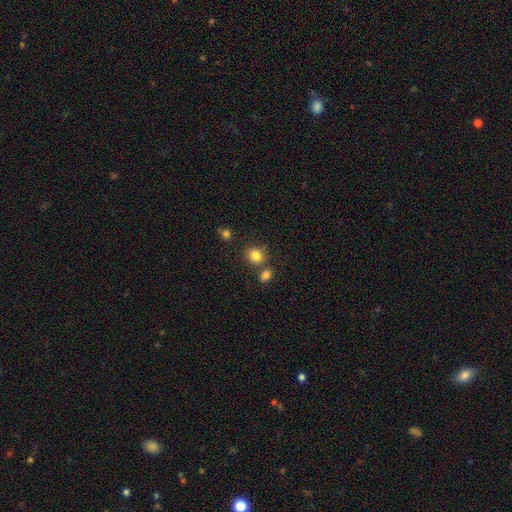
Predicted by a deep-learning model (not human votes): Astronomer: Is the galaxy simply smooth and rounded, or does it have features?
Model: smooth — 83%.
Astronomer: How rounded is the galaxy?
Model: round — 76%.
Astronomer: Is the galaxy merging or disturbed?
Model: none — 69%.